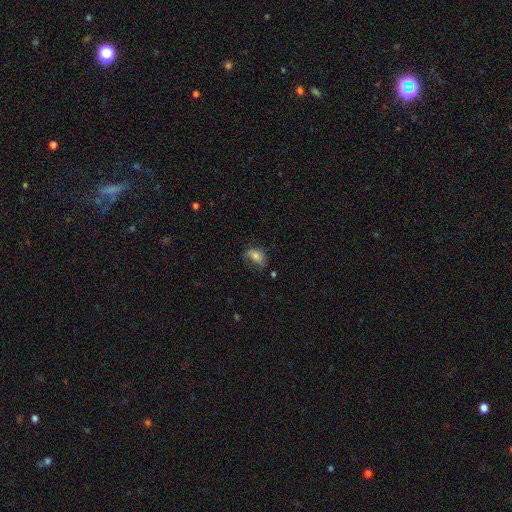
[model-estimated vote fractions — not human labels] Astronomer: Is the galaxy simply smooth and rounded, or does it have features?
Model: smooth — 66%.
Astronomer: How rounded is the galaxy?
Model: in between — 81%.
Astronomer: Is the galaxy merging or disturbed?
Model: none — 50% (runner-up: minor disturbance, 32%).